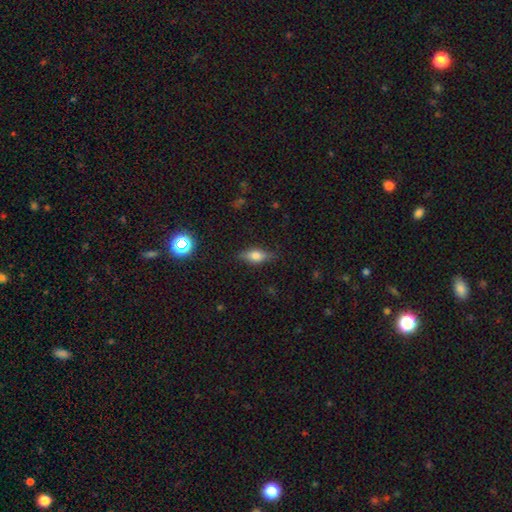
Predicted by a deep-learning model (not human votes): Smooth or featured? smooth (63%)
How rounded? in between (72%)
Merging? none (81%)